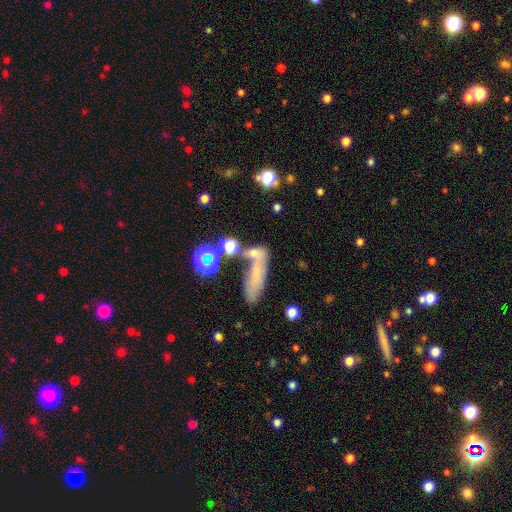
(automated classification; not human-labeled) Morphology: type=smooth (62%); roundness=in between (46%); merging=merger (42%).